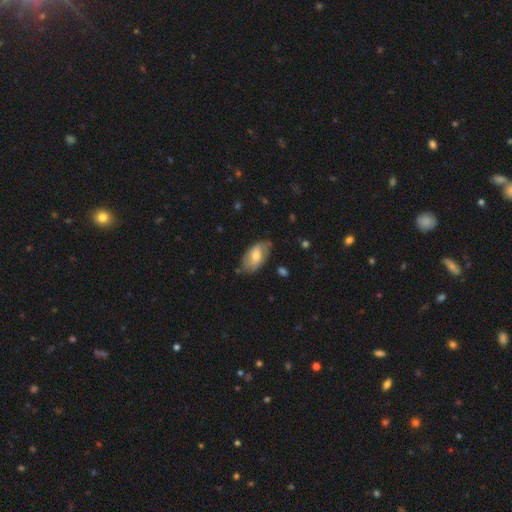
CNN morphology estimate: Smooth or featured?
  - smooth: 63% *
  - featured or disk: 31%
  - star or artifact: 6%
How rounded?
  - in between: 93% *
  - round: 4%
  - cigar-shaped: 2%
Merging?
  - none: 71% *
  - minor disturbance: 22%
  - major disturbance: 5%
  - merger: 2%